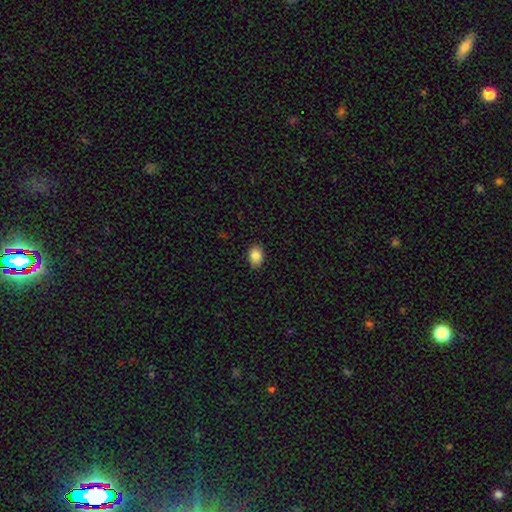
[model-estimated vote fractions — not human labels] A smooth galaxy with no disk features (86%) that is in between round and cigar-shaped (76%). Merging: none (87%).